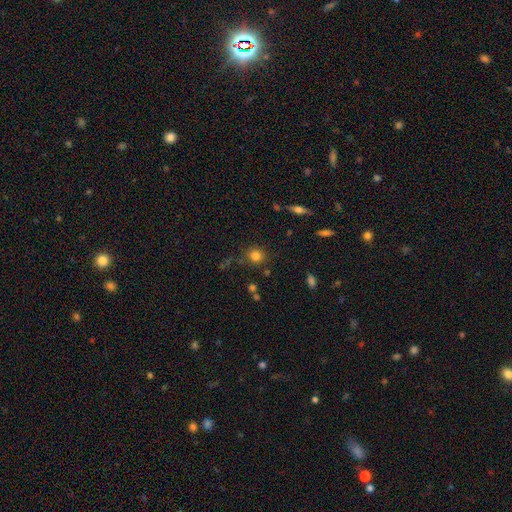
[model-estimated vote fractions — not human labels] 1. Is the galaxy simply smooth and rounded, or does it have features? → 80% smooth, 13% star or artifact, 7% featured or disk.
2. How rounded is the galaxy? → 87% round, 12% in between, 1% cigar-shaped.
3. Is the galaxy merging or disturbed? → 82% none, 10% minor disturbance, 4% merger, 4% major disturbance.